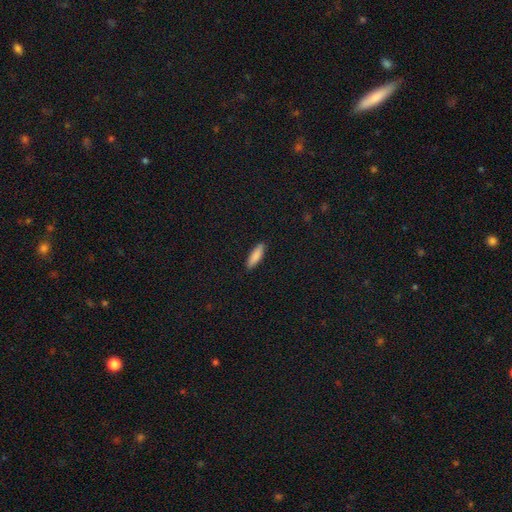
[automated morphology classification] This appears to be a smooth galaxy with no disk features (87%) that is cigar-shaped (56%). Merging: none (88%).